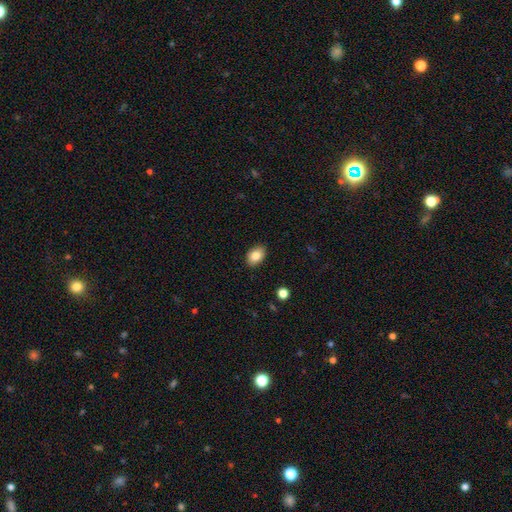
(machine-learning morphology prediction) A smooth galaxy with no disk features (84%) that is in between round and cigar-shaped (80%).

Vote fractions:
- Smooth or featured? smooth: 84% / star or artifact: 8% / featured or disk: 8%
- How rounded? in between: 80% / round: 18% / cigar-shaped: 1%
- Merging? none: 88% / minor disturbance: 9% / major disturbance: 2% / merger: 1%